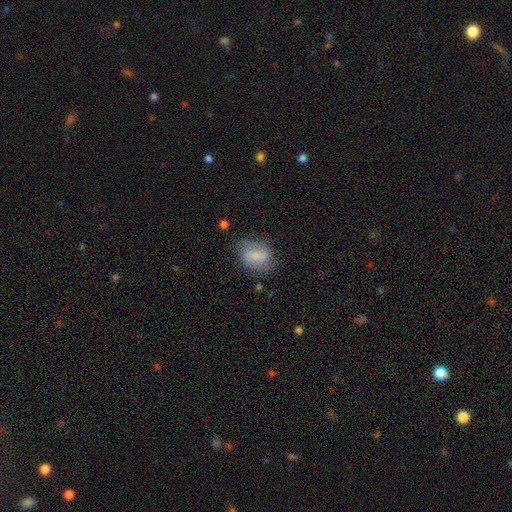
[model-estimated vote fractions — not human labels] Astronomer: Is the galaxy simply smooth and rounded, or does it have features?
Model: smooth — 60%.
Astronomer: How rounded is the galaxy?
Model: in between — 68%.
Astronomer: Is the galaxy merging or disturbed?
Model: none — 62%.